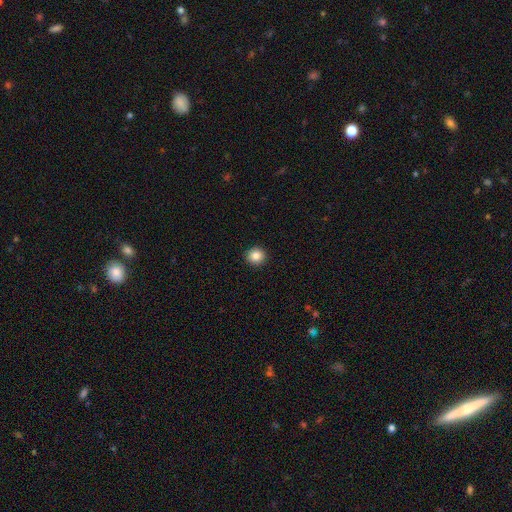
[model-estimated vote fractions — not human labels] Smooth or featured? smooth (86%)
How rounded? round (92%)
Merging? none (93%)